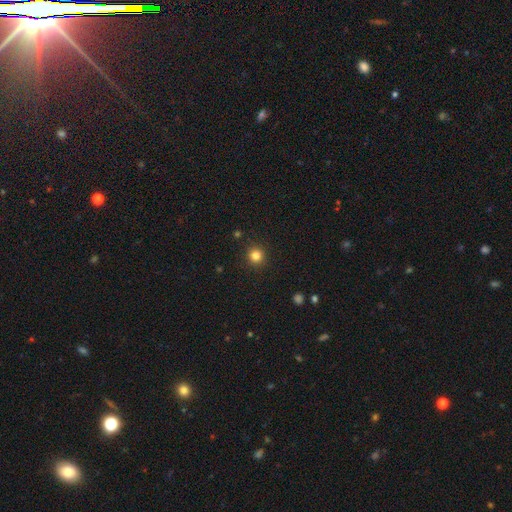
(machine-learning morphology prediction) The model was most divided on "smooth or featured": smooth: 82%, star or artifact: 13%, featured or disk: 5%. More confident: how rounded — round (94%); merging — none (92%).